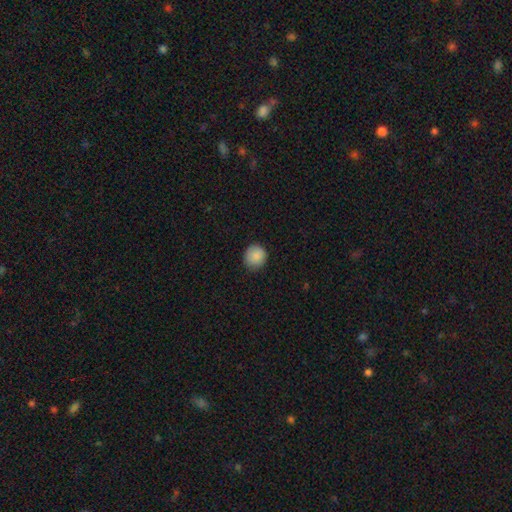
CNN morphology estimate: Smooth or featured? smooth (88%)
How rounded? round (88%)
Merging? none (85%)